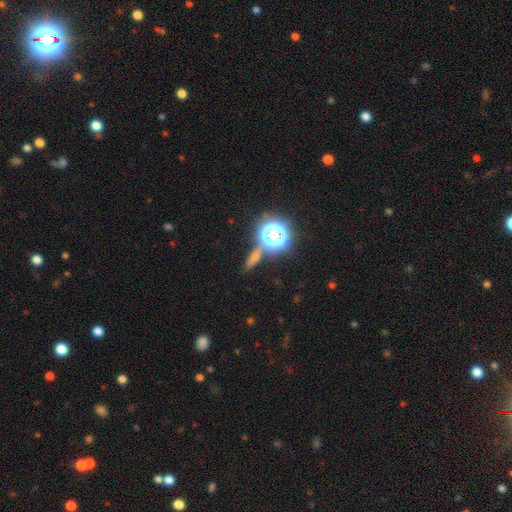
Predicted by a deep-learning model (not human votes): A star or artifact, not a galaxy (56%).

Vote fractions:
- Smooth or featured? star or artifact: 56% / smooth: 29% / featured or disk: 16%